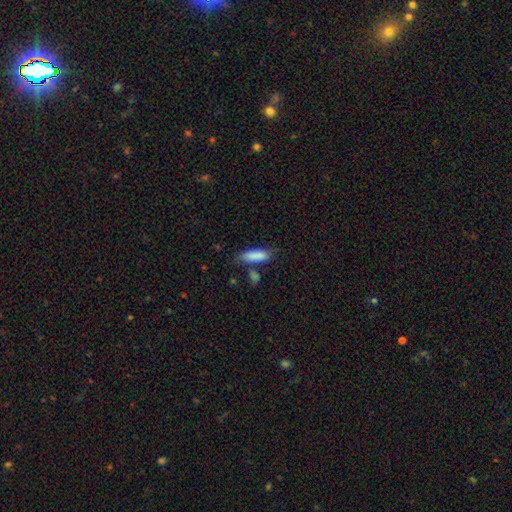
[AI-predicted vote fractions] A smooth galaxy with no disk features (86%) that is in between round and cigar-shaped (52%).

Vote fractions:
- Smooth or featured? smooth: 86% / featured or disk: 8% / star or artifact: 6%
- How rounded? in between: 52% / cigar-shaped: 45% / round: 2%
- Merging? none: 65% / minor disturbance: 19% / merger: 10% / major disturbance: 5%